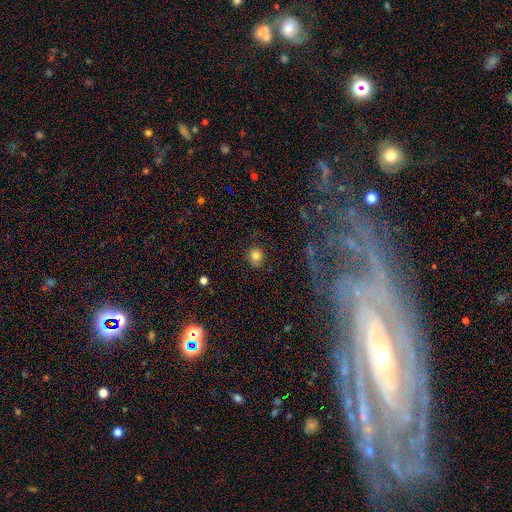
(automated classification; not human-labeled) Smooth or featured: smooth — 81% (star or artifact — 11%)
How rounded: round — 83% (in between — 16%)
Merging: none — 85% (minor disturbance — 10%)